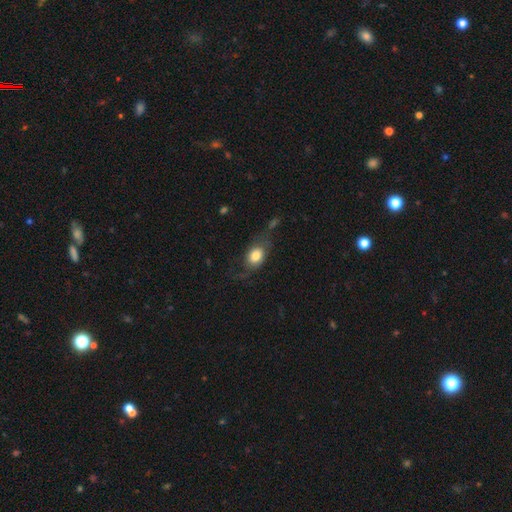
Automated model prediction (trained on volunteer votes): The model was most divided on "merging": none: 50%, minor disturbance: 24%, major disturbance: 22%, merger: 4%. More confident: smooth or featured — smooth (71%); how rounded — in between (68%).